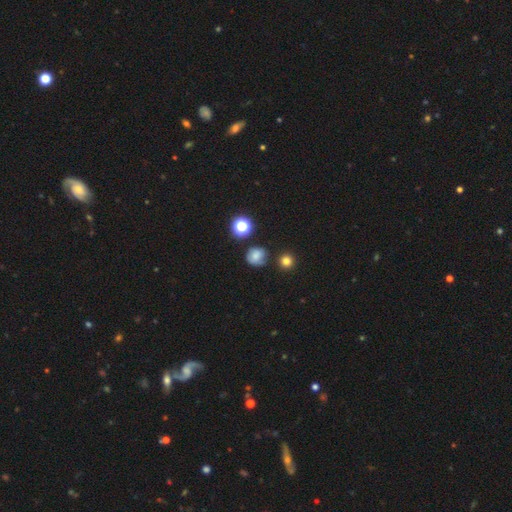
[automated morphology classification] A smooth galaxy with no disk features (64%) that is round (79%).

Vote fractions:
- Smooth or featured? smooth: 64% / featured or disk: 18% / star or artifact: 18%
- How rounded? round: 79% / in between: 20% / cigar-shaped: 1%
- Merging? none: 65% / minor disturbance: 22% / major disturbance: 8% / merger: 6%